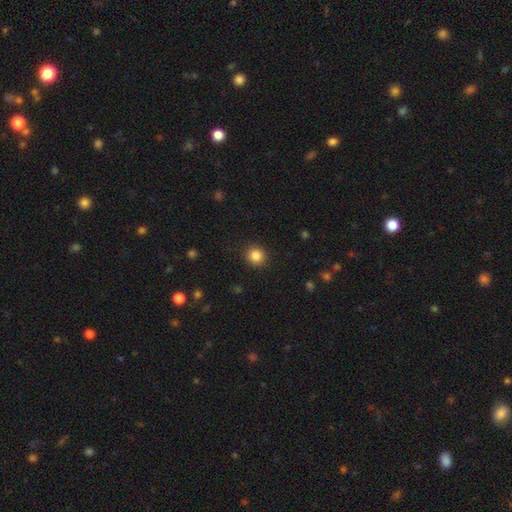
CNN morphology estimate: This is clearly a smooth galaxy (85%). How rounded: clearly round (91%). Merging: clearly none (91%).